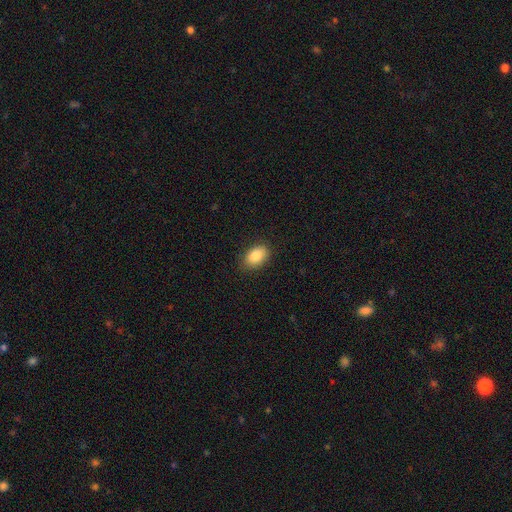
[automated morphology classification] Smooth or featured? smooth (87%)
How rounded? in between (88%)
Merging? none (86%)